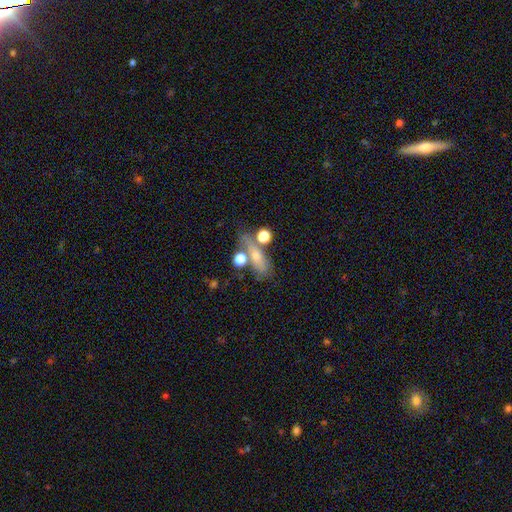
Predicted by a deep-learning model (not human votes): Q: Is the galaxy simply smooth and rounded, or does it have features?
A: smooth — 62%.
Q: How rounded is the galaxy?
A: in between — 53%.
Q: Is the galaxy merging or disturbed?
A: none — 48%.